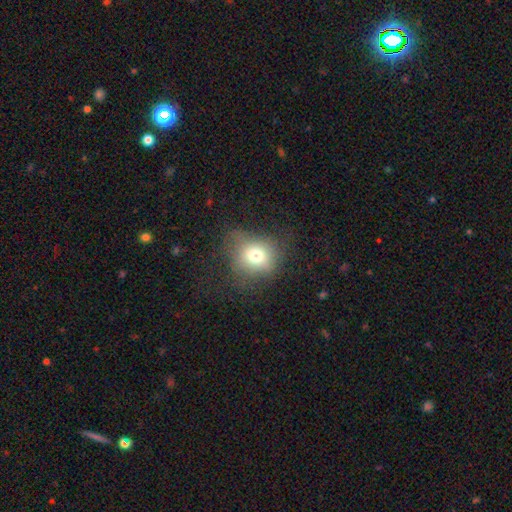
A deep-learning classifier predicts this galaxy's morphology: A smooth galaxy with no disk features (71%) that is round (73%).

Vote fractions:
- Smooth or featured? smooth: 71% / featured or disk: 15% / star or artifact: 14%
- How rounded? round: 73% / in between: 26% / cigar-shaped: 1%
- Merging? none: 59% / minor disturbance: 22% / major disturbance: 17% / merger: 2%